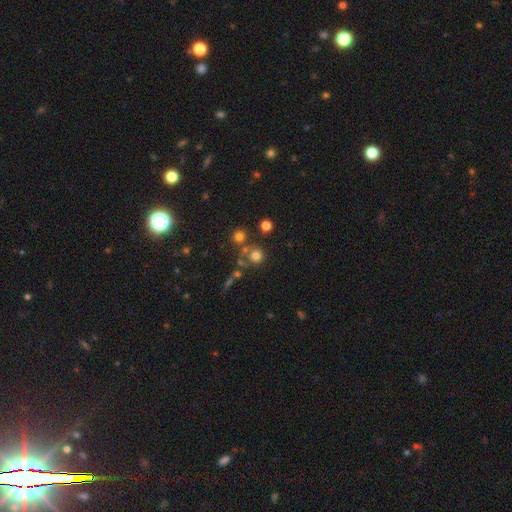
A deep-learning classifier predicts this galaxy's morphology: The model was most divided on "merging": none: 63%, merger: 22%, minor disturbance: 9%, major disturbance: 5%. More confident: how rounded — round (90%); smooth or featured — smooth (71%).